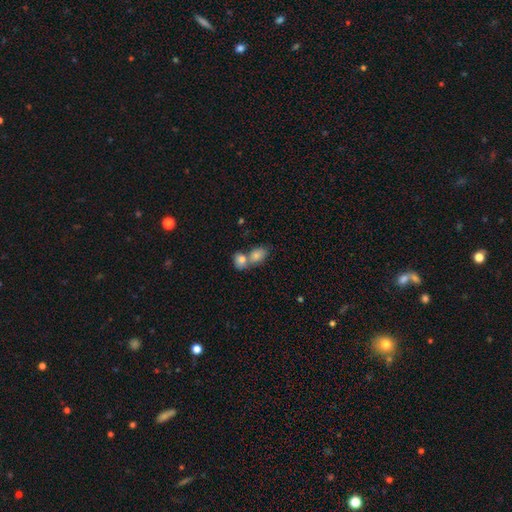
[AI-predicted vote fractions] A smooth galaxy with no disk features (65%) that is in between round and cigar-shaped (60%). Merging: merger (47%).